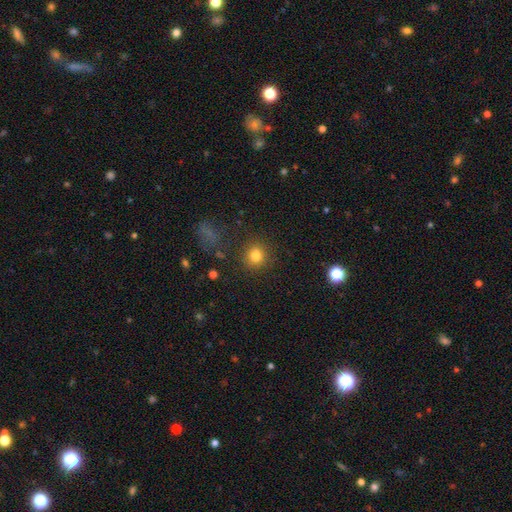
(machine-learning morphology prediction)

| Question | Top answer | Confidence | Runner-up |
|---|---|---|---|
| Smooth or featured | smooth | 81% | star or artifact (13%) |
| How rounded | round | 89% | in between (10%) |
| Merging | none | 86% | minor disturbance (8%) |